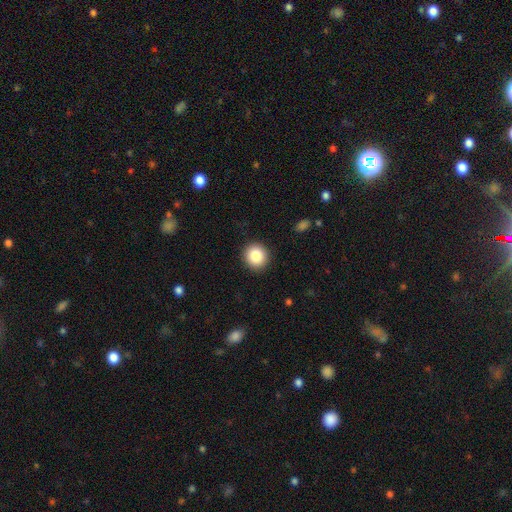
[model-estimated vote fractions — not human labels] A smooth galaxy with no disk features (85%) that is round (91%).

Vote fractions:
- Smooth or featured? smooth: 85% / star or artifact: 9% / featured or disk: 6%
- How rounded? round: 91% / in between: 8% / cigar-shaped: 1%
- Merging? none: 92% / minor disturbance: 6% / major disturbance: 2% / merger: 1%